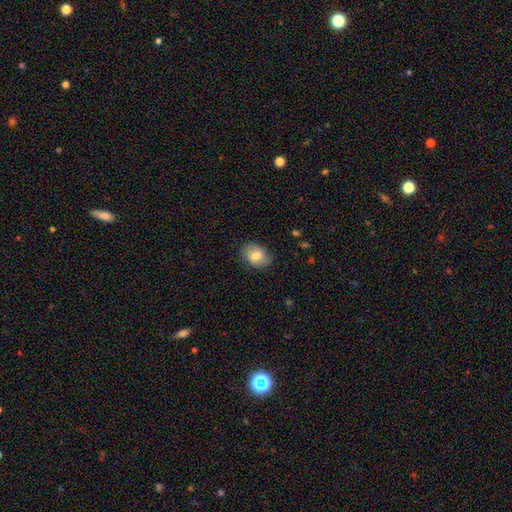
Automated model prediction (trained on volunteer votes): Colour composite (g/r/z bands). It shows a smooth galaxy with no disk features (77%) that is in between round and cigar-shaped (68%). Merging: none (78%).